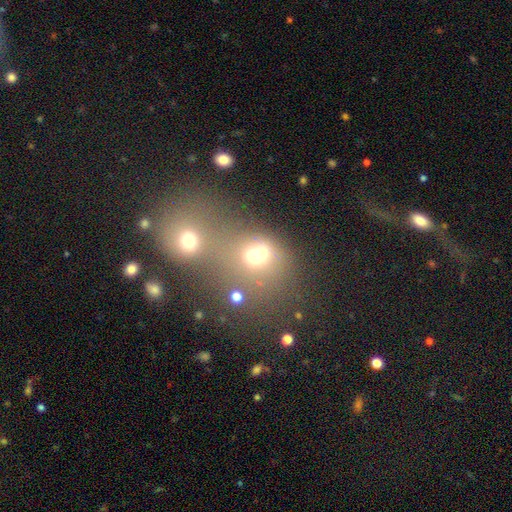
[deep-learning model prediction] Smooth or featured? smooth (62%)
How rounded? round (72%)
Merging? merger (62%)